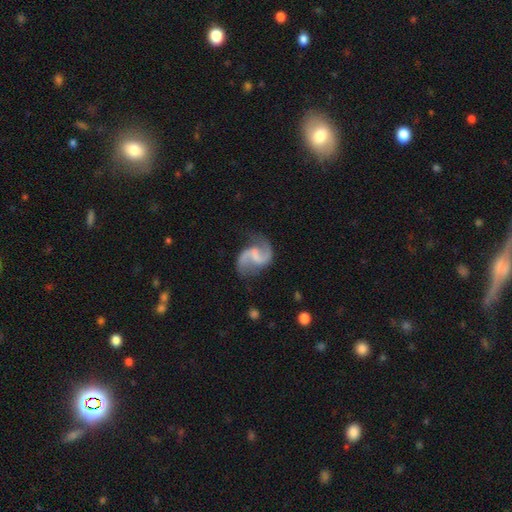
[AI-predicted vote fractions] Smooth or featured: featured or disk — 89% (smooth — 6%)
Edge-on disk: no — 98% (yes — 2%)
Bar: weak — 51% (no — 26%)
Spiral arms: yes — 97% (no — 3%)
Spiral winding: loose — 59% (medium — 35%)
Spiral arm count: 2 — 93% (1 — 2%)
Bulge size: none — 50% (small — 33%)
Merging: none — 73% (minor disturbance — 17%)